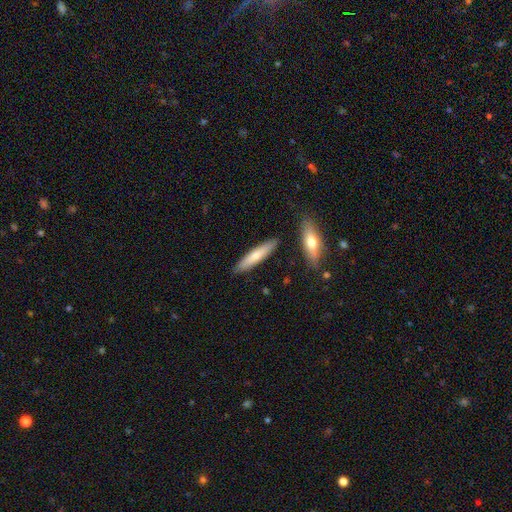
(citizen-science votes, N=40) Smooth or featured: smooth — 72% (featured or disk — 20%)
How rounded: cigar-shaped — 83% (in between — 17%)
Merging: none — 86% (minor disturbance — 8%)